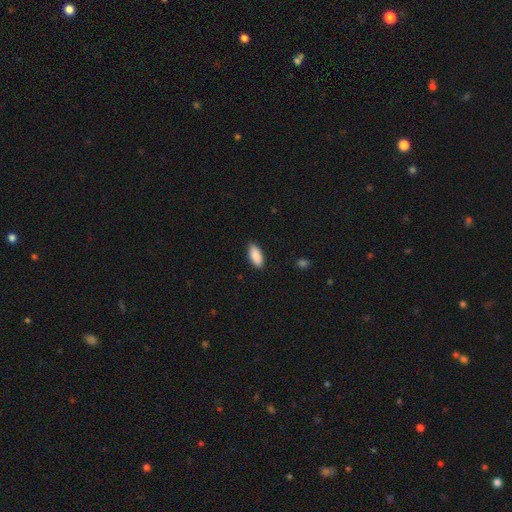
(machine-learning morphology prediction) This appears to be a smooth galaxy with no disk features (90%) that is in between round and cigar-shaped (84%). Merging: none (88%).